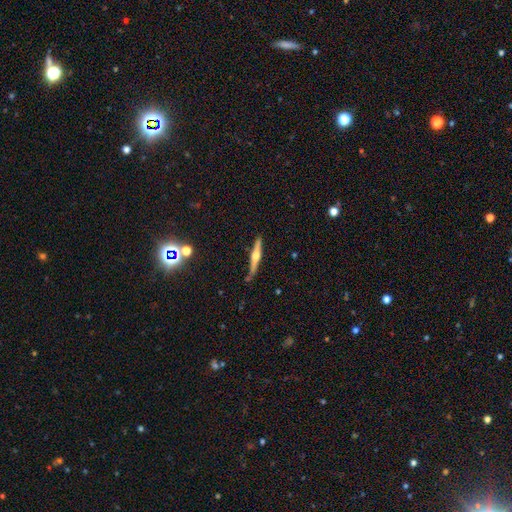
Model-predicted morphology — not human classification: smooth_or_featured: featured or disk (p=0.73) [alt: smooth p=0.21]
disk_edge_on: yes (p=0.98) [alt: no p=0.02]
edge_on_bulge: rounded (p=0.91) [alt: boxy p=0.05]
merging: none (p=0.82) [alt: minor disturbance p=0.13]